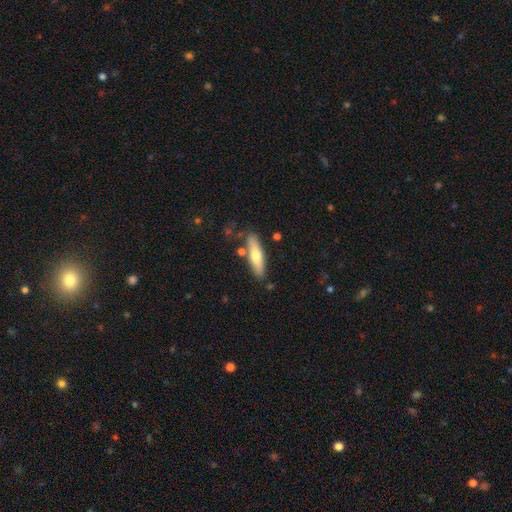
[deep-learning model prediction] Q: Smooth or featured?
A: smooth (64%); runner-up: featured or disk (31%)
Q: How rounded?
A: cigar-shaped (65%); runner-up: in between (33%)
Q: Merging?
A: none (78%); runner-up: minor disturbance (13%)